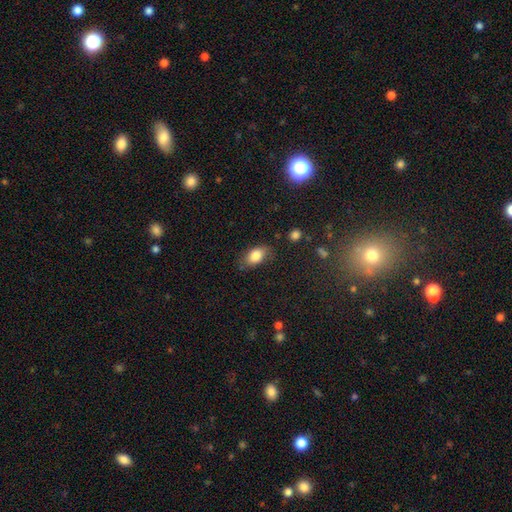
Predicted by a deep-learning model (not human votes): smooth 83%, featured or disk 9%, star or artifact 8%. Down the decision tree: how rounded — in between (88%); merging — none (75%).